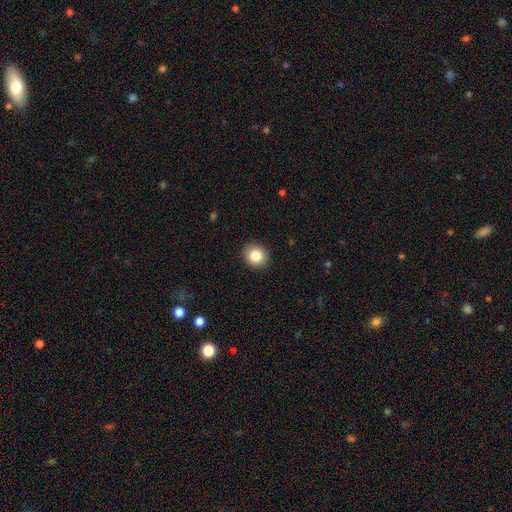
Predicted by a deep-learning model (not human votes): Smooth or featured: smooth — 85% (star or artifact — 9%)
How rounded: round — 75% (in between — 24%)
Merging: none — 90% (minor disturbance — 7%)